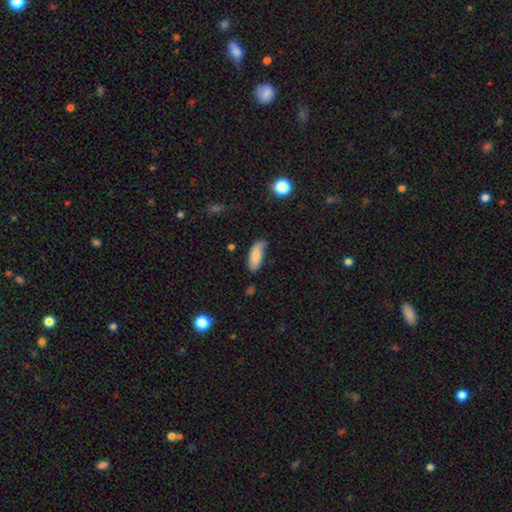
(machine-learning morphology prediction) smooth 79%, featured or disk 14%, star or artifact 7%. Down the decision tree: how rounded — in between (80%); merging — none (58%).